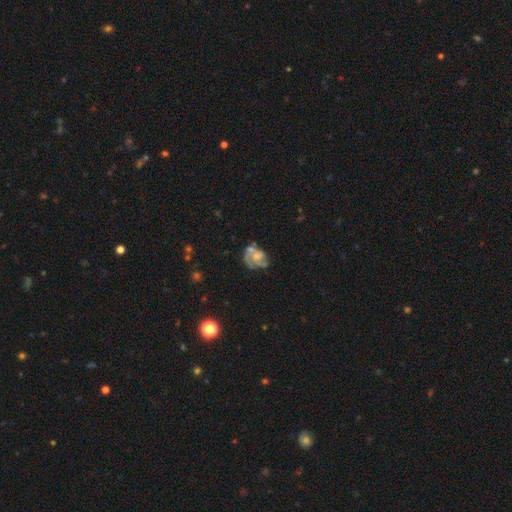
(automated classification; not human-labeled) Overall: featured or disk (67%). Edge-on disk: no (98%). Bar: no (76%). Spiral arms: yes (68%; no 32%). Bulge size: moderate (44%; small 33%). Merging: none (39%; minor disturbance 23%).